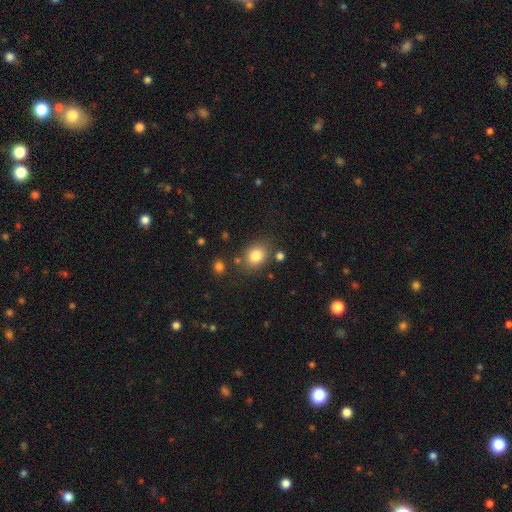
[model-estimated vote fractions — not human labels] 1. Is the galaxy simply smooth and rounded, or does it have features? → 82% smooth, 10% star or artifact, 8% featured or disk.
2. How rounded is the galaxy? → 54% in between, 45% round, 1% cigar-shaped.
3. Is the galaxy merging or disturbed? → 77% none, 13% minor disturbance, 6% merger, 4% major disturbance.